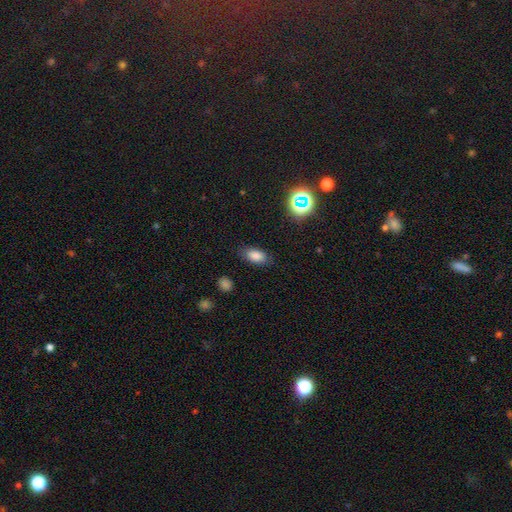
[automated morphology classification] A smooth galaxy with no disk features (81%) that is in between round and cigar-shaped (89%).

Vote fractions:
- Smooth or featured? smooth: 81% / star or artifact: 13% / featured or disk: 6%
- How rounded? in between: 89% / round: 6% / cigar-shaped: 4%
- Merging? none: 84% / minor disturbance: 12% / major disturbance: 3% / merger: 1%